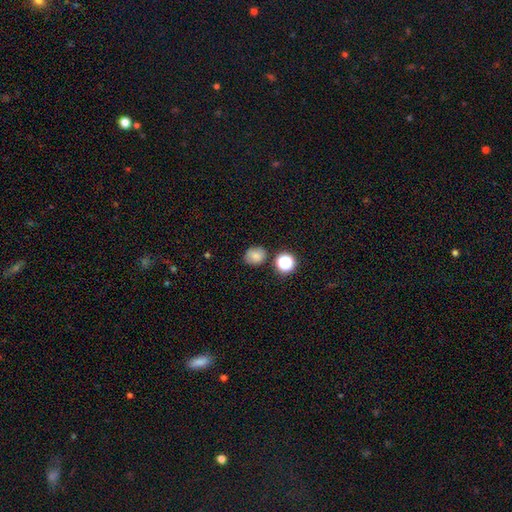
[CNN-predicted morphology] Smooth or featured? Predicted: smooth (p=0.77). How rounded? Predicted: round (p=0.62). Merging? Predicted: none (p=0.77).